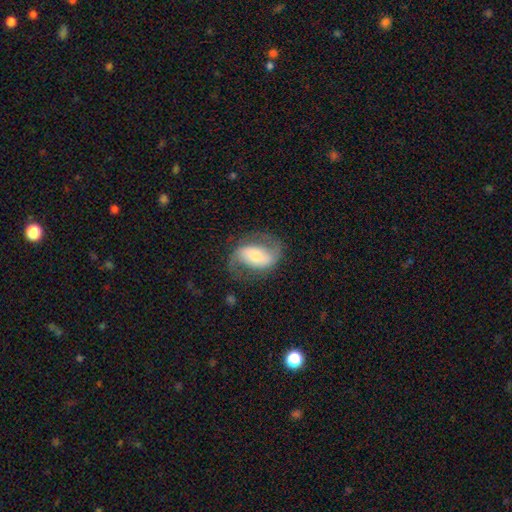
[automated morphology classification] A featured or disk galaxy (73%) with a weak bar (36%), 2 (89%) medium (44%) spiral arms (89%) and a moderate central bulge (57%).

Vote fractions:
- Smooth or featured? featured or disk: 73% / smooth: 20% / star or artifact: 6%
- Edge-on disk? no: 96% / yes: 4%
- Bar? weak: 36% / no: 35% / strong: 30%
- Spiral arms? yes: 89% / no: 11%
- Spiral winding? medium: 44% / loose: 40% / tight: 16%
- Spiral arm count? 2: 89% / can't tell: 5% / 1: 4% / 3: 1% / 4: 1% / more than 4: 1%
- Bulge size? moderate: 57% / small: 28% / large: 11% / dominant: 2% / none: 2%
- Merging? none: 69% / minor disturbance: 18% / major disturbance: 12% / merger: 1%